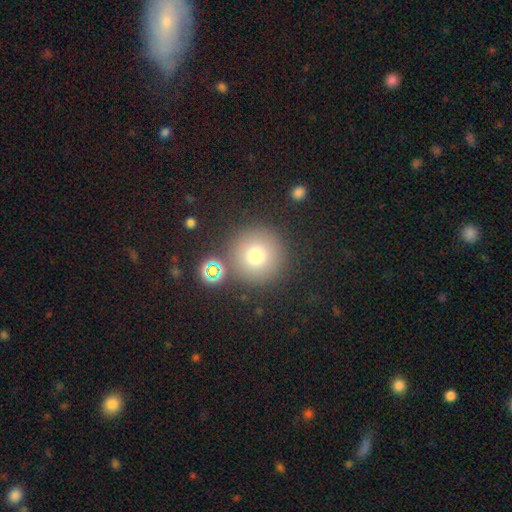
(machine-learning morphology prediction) This appears to be a smooth galaxy with no disk features (74%) that is round (96%). Merging: none (83%).